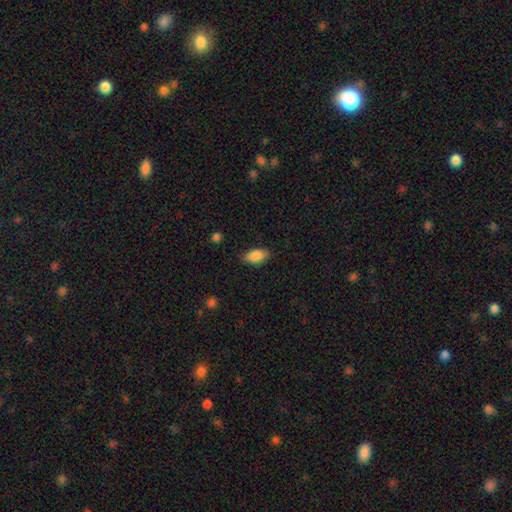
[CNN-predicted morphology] smooth-or-featured: smooth: 86% | star or artifact: 7% | featured or disk: 6%
  how-rounded: in between: 91% | cigar-shaped: 5% | round: 4%
  merging: none: 84% | minor disturbance: 12% | major disturbance: 3% | merger: 1%